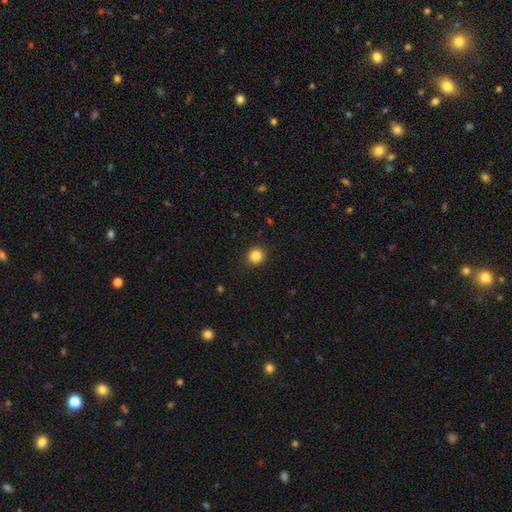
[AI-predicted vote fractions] smooth_or_featured: smooth (p=0.85) [alt: star or artifact p=0.11]
how_rounded: round (p=0.93) [alt: in between p=0.06]
merging: none (p=0.91) [alt: minor disturbance p=0.06]